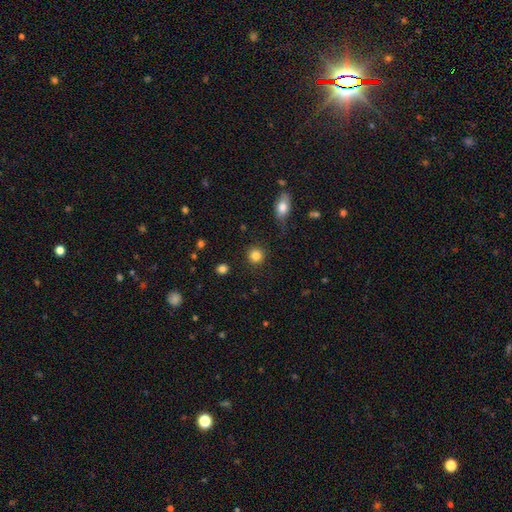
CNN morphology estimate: Smooth or featured?
  - smooth: 85% *
  - star or artifact: 10%
  - featured or disk: 5%
How rounded?
  - round: 92% *
  - in between: 7%
  - cigar-shaped: 1%
Merging?
  - none: 88% *
  - minor disturbance: 7%
  - major disturbance: 3%
  - merger: 2%